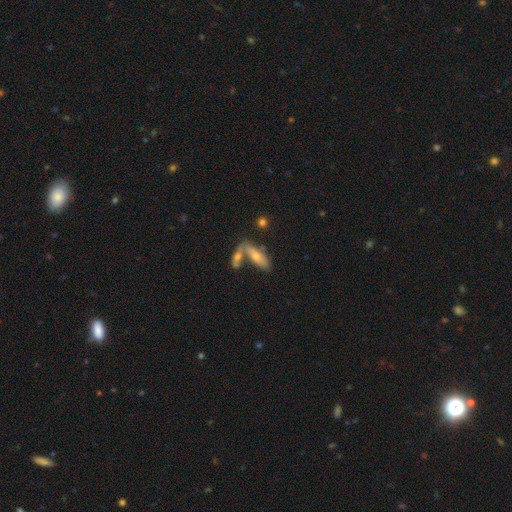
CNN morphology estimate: Overall: smooth (55%; featured or disk 36%). How rounded: in between (52%; cigar-shaped 45%). Merging: merger (41%, tied with none).